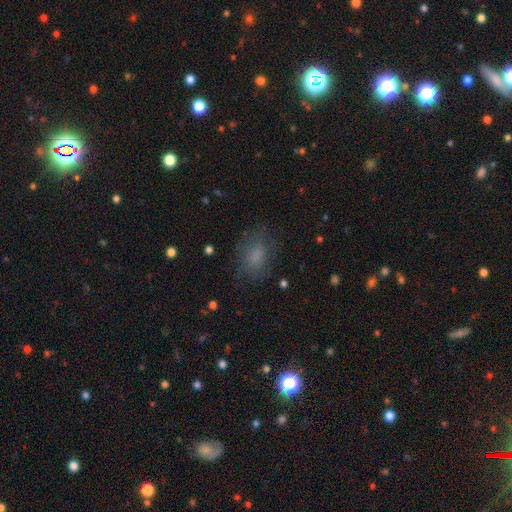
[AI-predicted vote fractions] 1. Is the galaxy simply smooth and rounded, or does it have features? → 72% smooth, 15% featured or disk, 13% star or artifact.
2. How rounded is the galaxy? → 75% in between, 23% round, 2% cigar-shaped.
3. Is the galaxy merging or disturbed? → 70% none, 18% minor disturbance, 10% major disturbance, 1% merger.